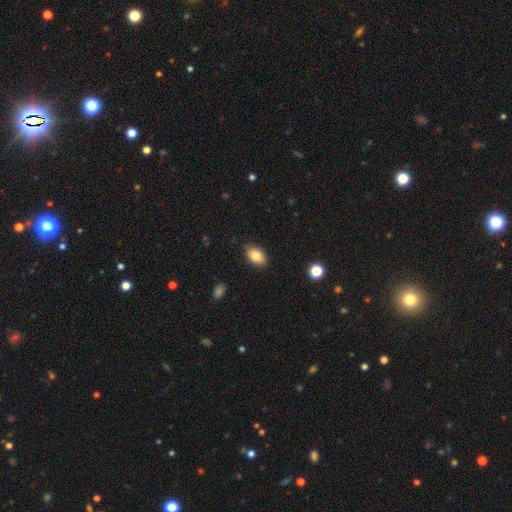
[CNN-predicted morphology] smooth_or_featured: smooth (p=0.83) [alt: featured or disk p=0.08]
how_rounded: in between (p=0.86) [alt: round p=0.12]
merging: none (p=0.85) [alt: minor disturbance p=0.11]